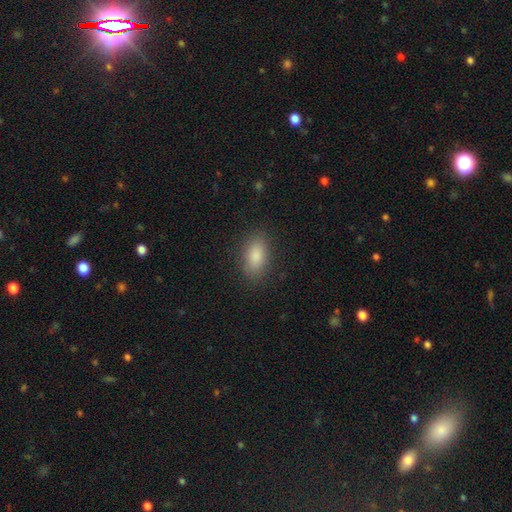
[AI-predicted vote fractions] The model was most divided on "merging": none: 85%, minor disturbance: 11%, major disturbance: 4%, merger: 1%. More confident: how rounded — in between (90%); smooth or featured — smooth (86%).